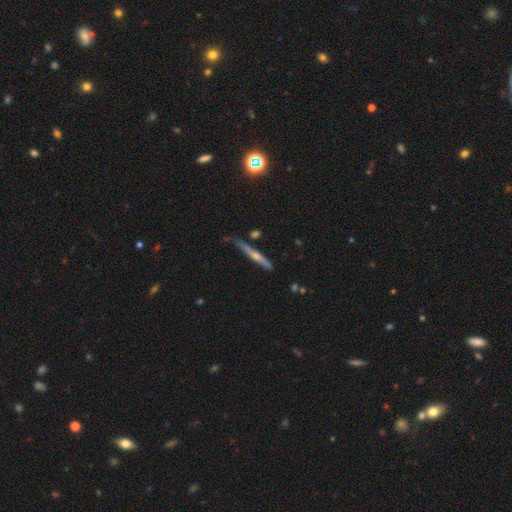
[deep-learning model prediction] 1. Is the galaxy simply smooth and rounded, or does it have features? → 64% featured or disk, 27% smooth, 8% star or artifact.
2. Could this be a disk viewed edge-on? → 95% yes, 5% no.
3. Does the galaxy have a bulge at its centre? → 76% rounded, 19% none, 5% boxy.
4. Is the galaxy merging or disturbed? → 72% none, 20% minor disturbance, 4% major disturbance, 4% merger.